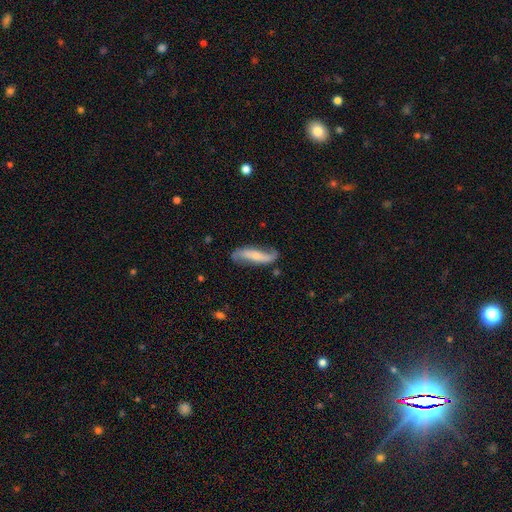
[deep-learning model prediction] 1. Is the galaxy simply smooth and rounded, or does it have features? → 71% featured or disk, 23% smooth, 6% star or artifact.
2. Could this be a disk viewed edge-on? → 81% no, 19% yes.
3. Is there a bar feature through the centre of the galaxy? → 43% no, 30% strong, 27% weak.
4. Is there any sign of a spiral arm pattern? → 92% yes, 8% no.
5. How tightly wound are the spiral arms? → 71% loose, 20% medium, 9% tight.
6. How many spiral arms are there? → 90% 2, 4% can't tell, 3% 1, 1% 3, 1% 4, 1% more than 4.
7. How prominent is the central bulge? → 54% small, 31% moderate, 9% none, 4% large, 2% dominant.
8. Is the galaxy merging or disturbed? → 72% none, 19% minor disturbance, 7% major disturbance, 2% merger.